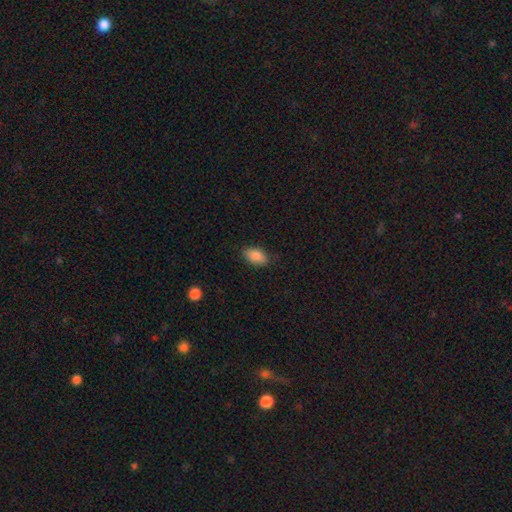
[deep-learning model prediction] smooth 87%, star or artifact 7%, featured or disk 6%. Down the decision tree: how rounded — in between (90%); merging — none (82%).